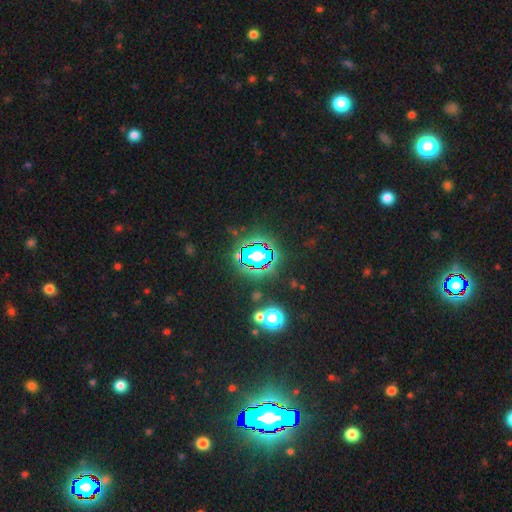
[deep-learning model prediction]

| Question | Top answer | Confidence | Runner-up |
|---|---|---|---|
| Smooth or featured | star or artifact | 76% | smooth (15%) |